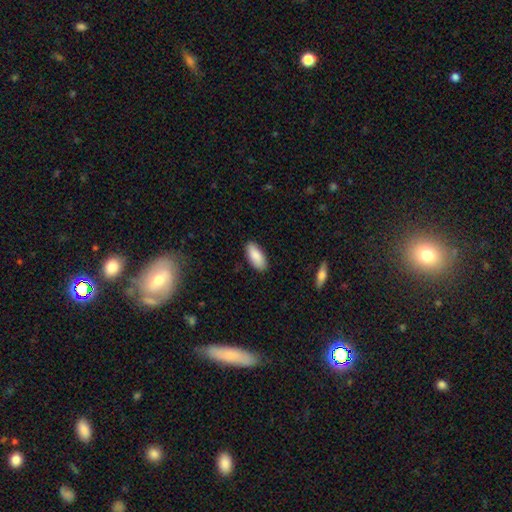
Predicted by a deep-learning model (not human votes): Smooth or featured?
  - smooth: 88% *
  - featured or disk: 6%
  - star or artifact: 6%
How rounded?
  - in between: 86% *
  - cigar-shaped: 12%
  - round: 2%
Merging?
  - none: 88% *
  - minor disturbance: 9%
  - major disturbance: 2%
  - merger: 1%